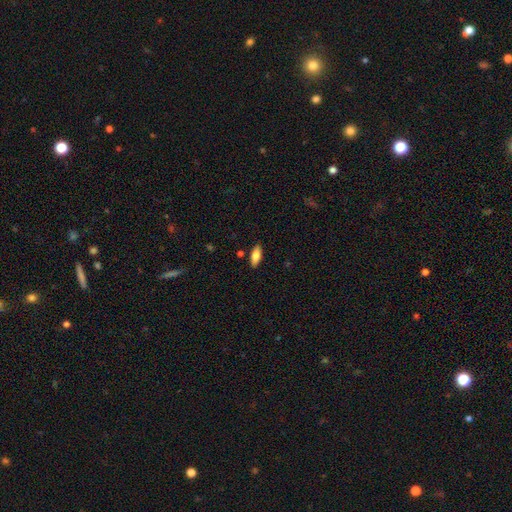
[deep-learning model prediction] This appears to be a smooth galaxy with no disk features (77%) that is in between round and cigar-shaped (80%). Merging: none (87%).